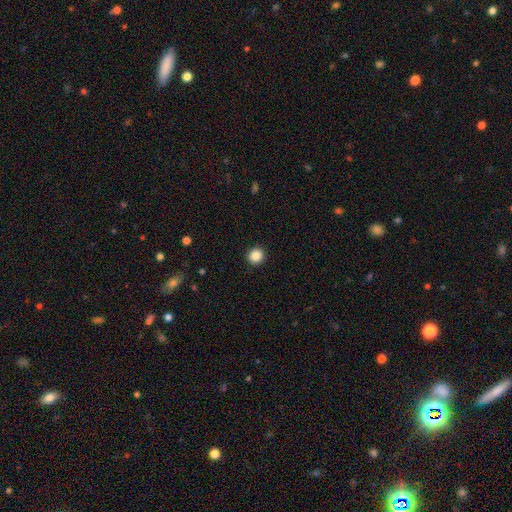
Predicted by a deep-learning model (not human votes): Q: Smooth or featured?
A: smooth (87%); runner-up: star or artifact (10%)
Q: How rounded?
A: round (94%); runner-up: in between (5%)
Q: Merging?
A: none (93%); runner-up: minor disturbance (4%)